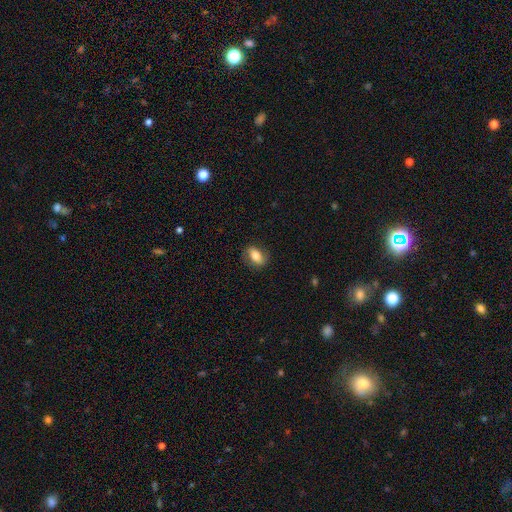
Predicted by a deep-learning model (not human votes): smooth-or-featured: smooth: 70% | featured or disk: 22% | star or artifact: 8%
  how-rounded: in between: 83% | round: 13% | cigar-shaped: 4%
  merging: none: 80% | minor disturbance: 15% | major disturbance: 5% | merger: 1%